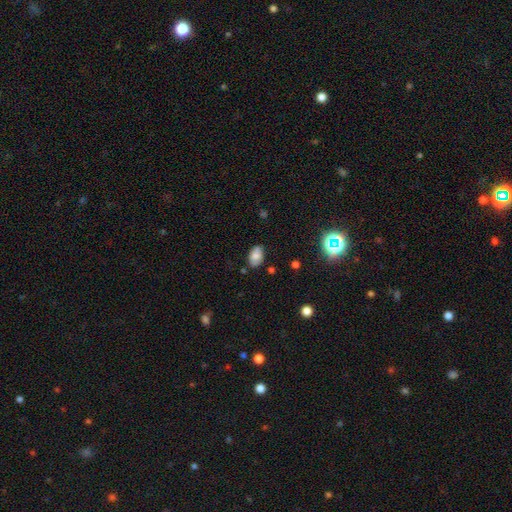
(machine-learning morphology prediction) Smooth or featured? Predicted: smooth (p=0.71). How rounded? Predicted: in between (p=0.88). Merging? Predicted: none (p=0.75).